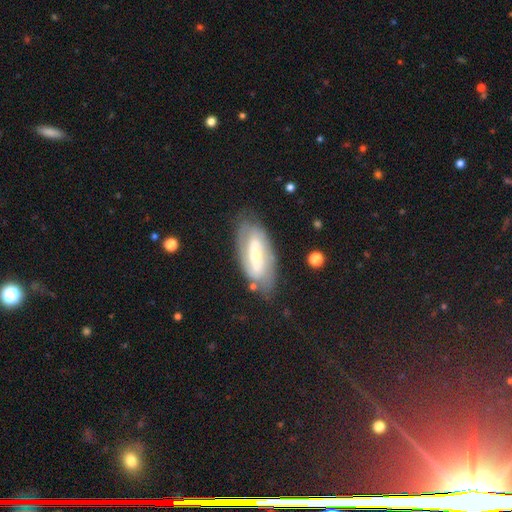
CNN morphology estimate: Overall: featured or disk (73%). Edge-on disk: no (91%). Bar: strong (43%; weak 34%). Spiral arms: yes (80%). Spiral arm count: 2 (70%). Spiral winding: tight (45%; medium 37%). Bulge size: small (49%; moderate 44%). Merging: none (74%).